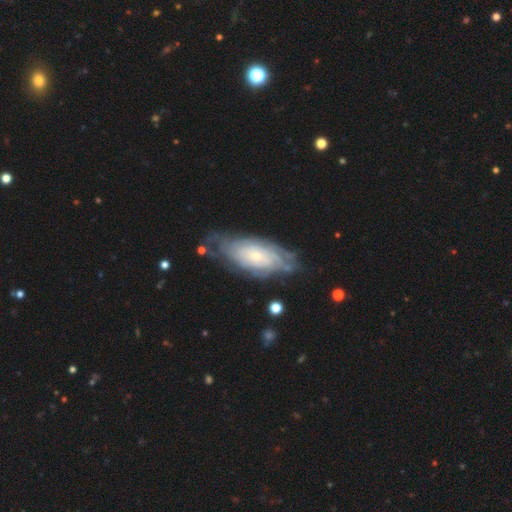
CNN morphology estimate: Overall: featured or disk (76%). Edge-on disk: no (90%). Bar: no (76%). Spiral arms: yes (89%). Spiral arm count: can't tell (61%). Spiral winding: tight (75%). Bulge size: small (67%; moderate 27%). Merging: none (67%).